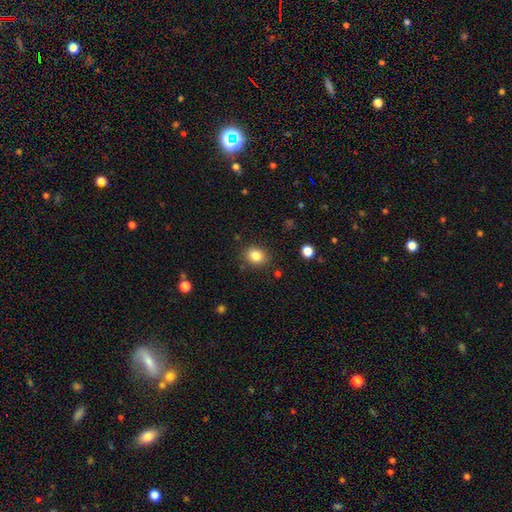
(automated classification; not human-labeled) The model was most divided on "how rounded": round: 57%, in between: 42%, cigar-shaped: 1%. More confident: merging — none (85%); smooth or featured — smooth (83%).